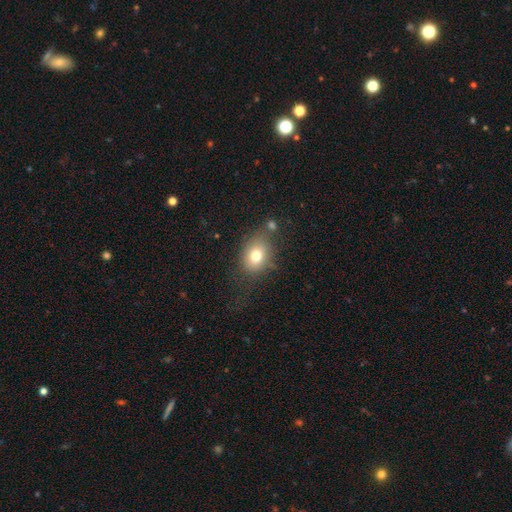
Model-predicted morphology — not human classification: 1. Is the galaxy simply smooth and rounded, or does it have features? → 75% smooth, 14% featured or disk, 11% star or artifact.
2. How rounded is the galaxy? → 63% in between, 36% round, 1% cigar-shaped.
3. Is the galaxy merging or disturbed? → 63% none, 20% minor disturbance, 10% major disturbance, 7% merger.